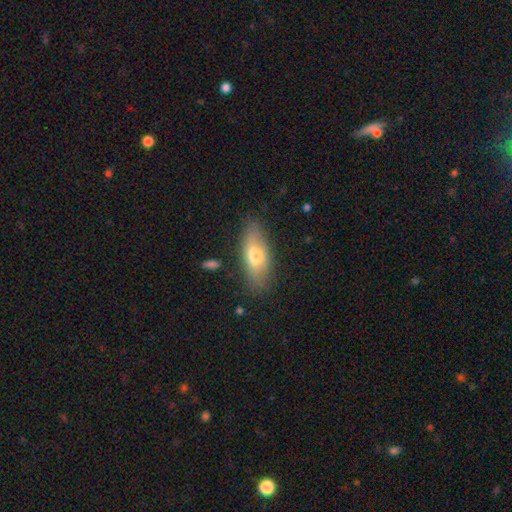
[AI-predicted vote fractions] smooth_or_featured: smooth (p=0.63) [alt: featured or disk p=0.30]
how_rounded: in between (p=0.72) [alt: cigar-shaped p=0.24]
merging: none (p=0.80) [alt: minor disturbance p=0.14]